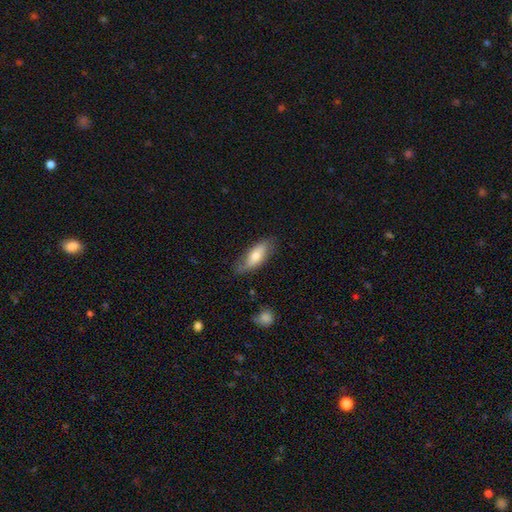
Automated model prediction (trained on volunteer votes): Overall: smooth (65%; featured or disk 29%). How rounded: in between (75%). Merging: none (66%).